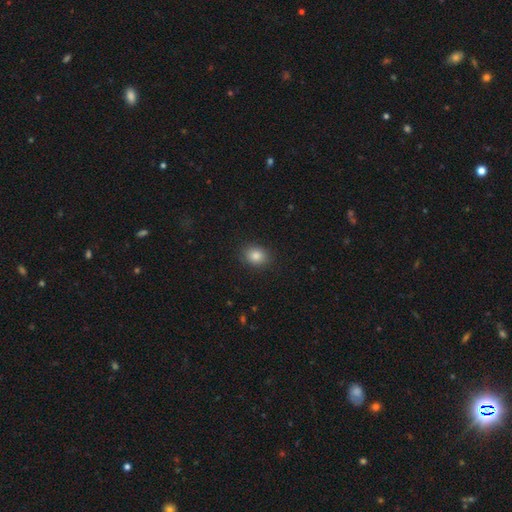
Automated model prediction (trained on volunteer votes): smooth-or-featured: smooth: 84% | star or artifact: 10% | featured or disk: 5%
  how-rounded: round: 50% | in between: 49% | cigar-shaped: 1%
  merging: none: 89% | minor disturbance: 8% | major disturbance: 2% | merger: 1%